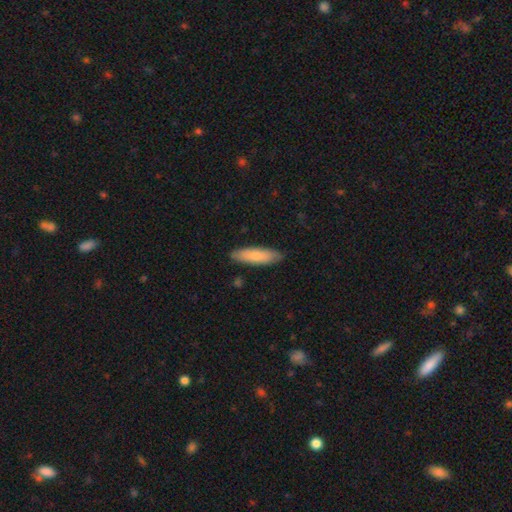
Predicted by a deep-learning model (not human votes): The model was most divided on "how rounded": cigar-shaped: 64%, in between: 35%, round: 2%. More confident: merging — none (88%); smooth or featured — smooth (78%).